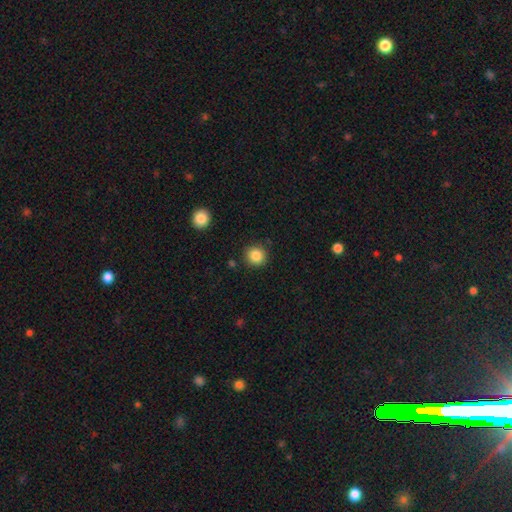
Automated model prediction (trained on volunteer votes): Smooth or featured? smooth (86%)
How rounded? round (92%)
Merging? none (89%)